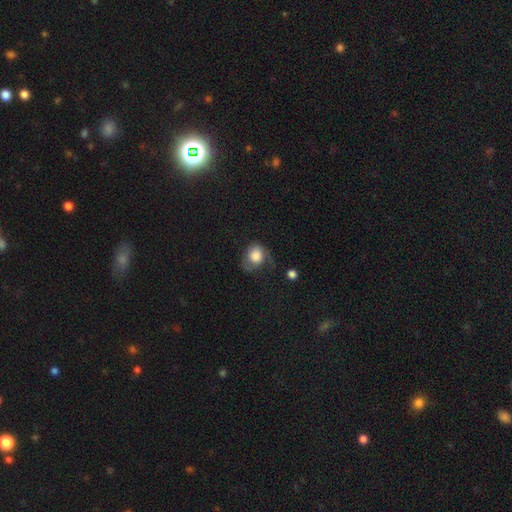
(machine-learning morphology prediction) Smooth or featured: smooth — 74% (featured or disk — 18%)
How rounded: round — 56% (in between — 43%)
Merging: none — 33% (major disturbance — 32%)